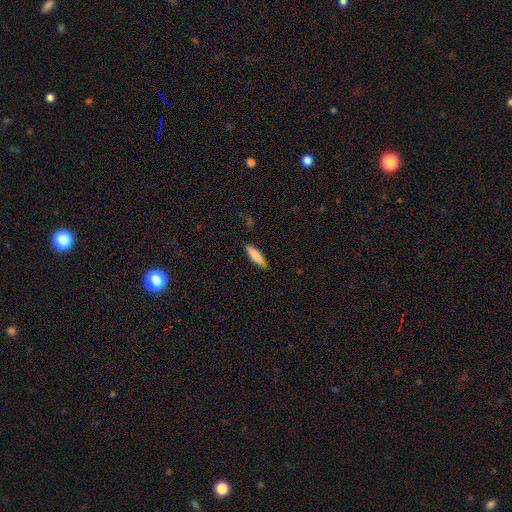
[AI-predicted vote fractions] Overall: smooth (82%). How rounded: cigar-shaped (51%; in between 48%). Merging: none (84%).